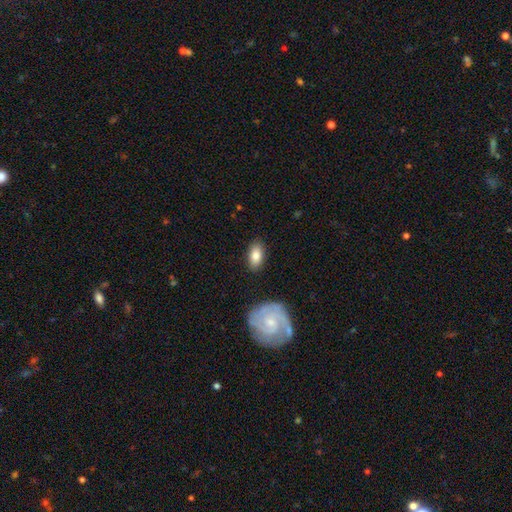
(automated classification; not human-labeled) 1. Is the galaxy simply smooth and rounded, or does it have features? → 81% smooth, 13% featured or disk, 6% star or artifact.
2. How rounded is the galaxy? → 91% in between, 5% round, 4% cigar-shaped.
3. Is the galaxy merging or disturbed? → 85% none, 10% minor disturbance, 2% major disturbance, 2% merger.